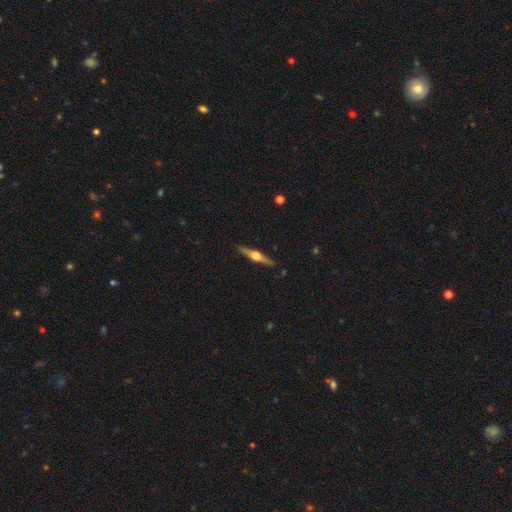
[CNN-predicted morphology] A featured or disk galaxy (80%) viewed edge-on (98%) with a rounded central bulge (93%). Merging: none (91%).